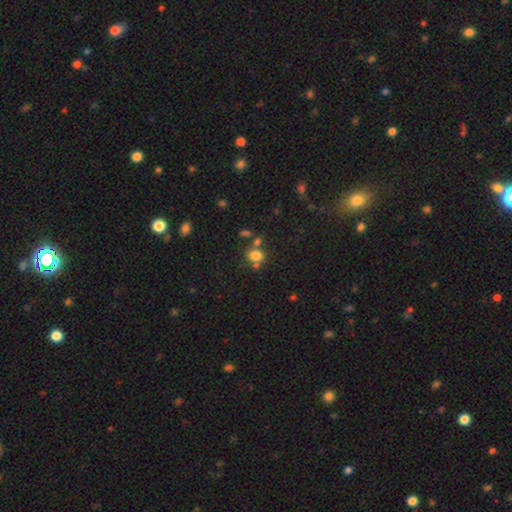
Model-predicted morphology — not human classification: This appears to be a smooth galaxy with no disk features (76%) that is round (60%). Merging: none (58%).